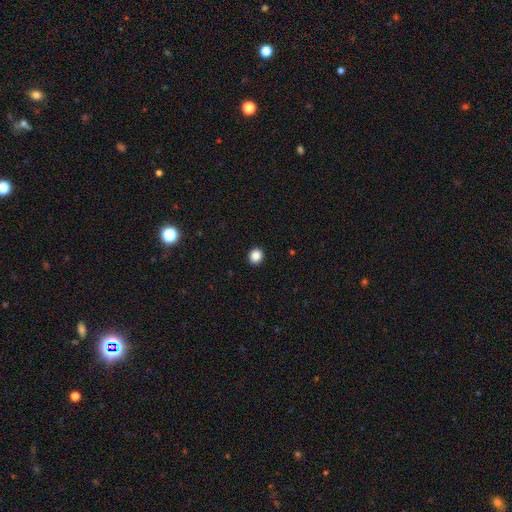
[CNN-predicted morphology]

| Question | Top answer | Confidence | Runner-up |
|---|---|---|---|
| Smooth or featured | smooth | 88% | star or artifact (9%) |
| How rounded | round | 78% | in between (21%) |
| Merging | none | 92% | minor disturbance (5%) |